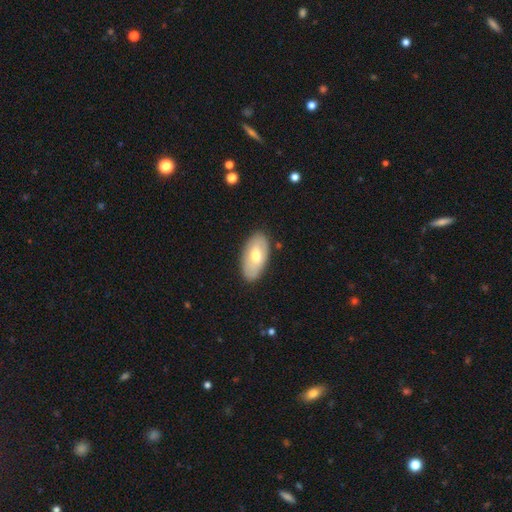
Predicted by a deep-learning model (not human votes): The model was most divided on "smooth or featured": smooth: 61%, featured or disk: 33%, star or artifact: 6%. More confident: how rounded — in between (94%); merging — none (84%).